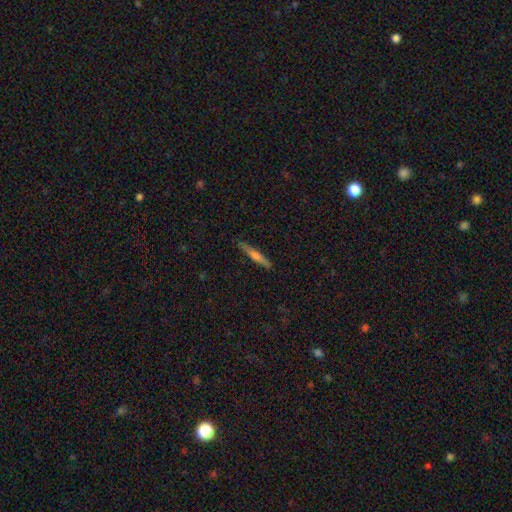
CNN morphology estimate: This appears to be a smooth galaxy with no disk features (47%, tied with featured or disk). Merging: none (88%).